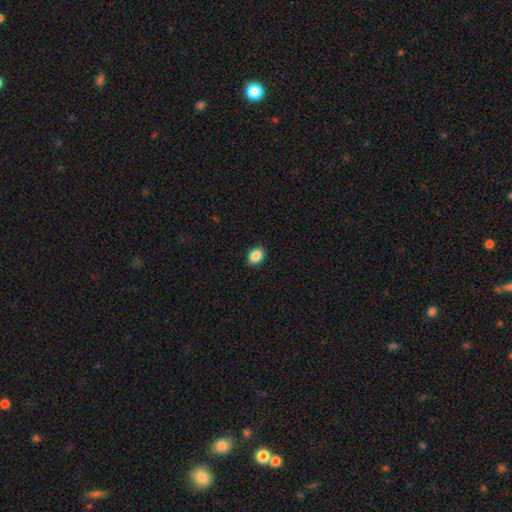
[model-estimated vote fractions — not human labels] smooth-or-featured: smooth: 88% | star or artifact: 8% | featured or disk: 4%
  how-rounded: in between: 72% | round: 27% | cigar-shaped: 1%
  merging: none: 90% | minor disturbance: 7% | major disturbance: 2% | merger: 1%